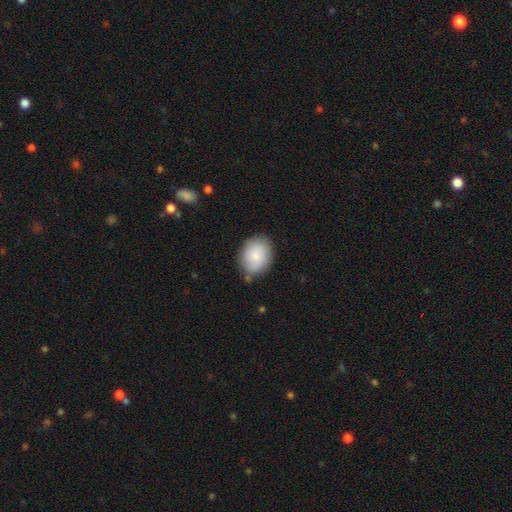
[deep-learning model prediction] Morphology: type=smooth (83%); roundness=in between (61%); merging=none (74%).